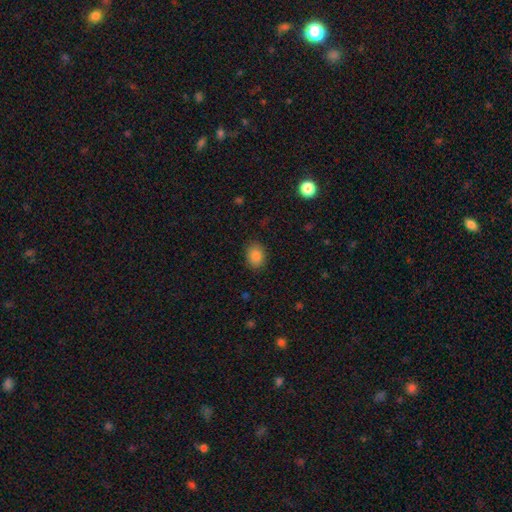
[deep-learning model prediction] The model was most divided on "how rounded": in between: 65%, round: 34%, cigar-shaped: 1%. More confident: smooth or featured — smooth (86%); merging — none (86%).